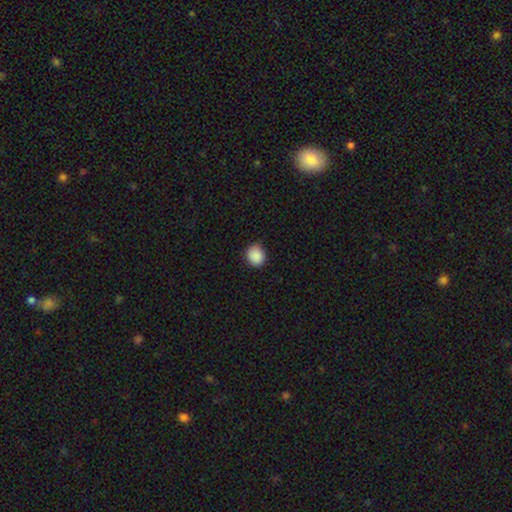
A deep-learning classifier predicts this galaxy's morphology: A smooth galaxy with no disk features (88%) that is round (80%).

Vote fractions:
- Smooth or featured? smooth: 88% / star or artifact: 9% / featured or disk: 3%
- How rounded? round: 80% / in between: 19% / cigar-shaped: 1%
- Merging? none: 81% / minor disturbance: 15% / major disturbance: 3% / merger: 1%